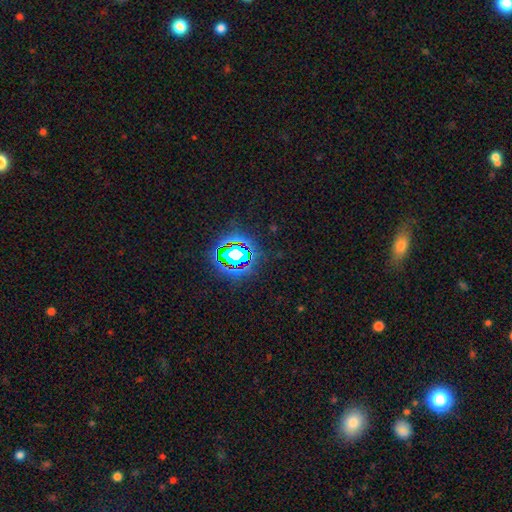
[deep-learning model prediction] smooth_or_featured: star or artifact (p=0.73) [alt: smooth p=0.18]